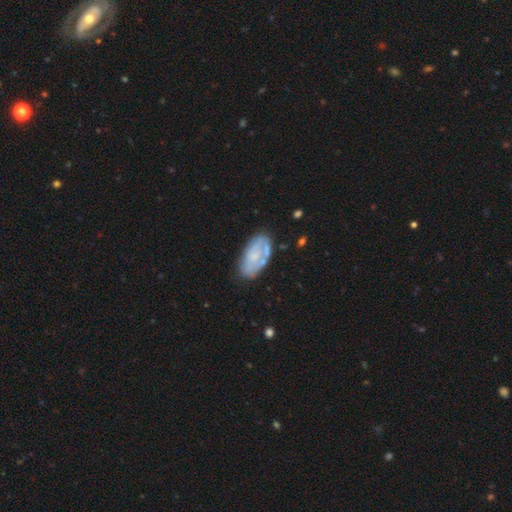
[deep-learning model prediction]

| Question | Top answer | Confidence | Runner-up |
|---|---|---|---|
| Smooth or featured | featured or disk | 47% | smooth (45%) |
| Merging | none | 65% | minor disturbance (23%) |